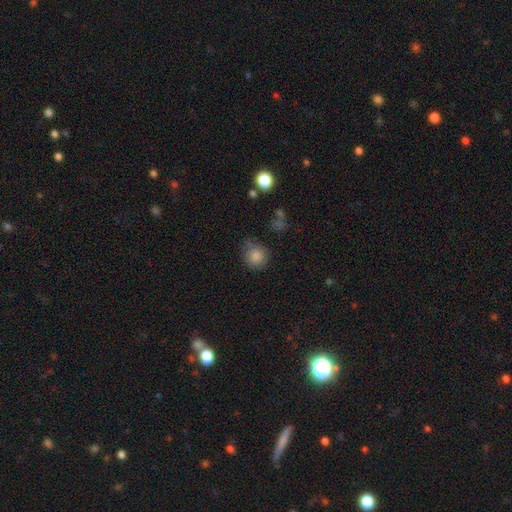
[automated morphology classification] Smooth or featured: smooth — 85% (star or artifact — 10%)
How rounded: round — 89% (in between — 10%)
Merging: none — 69% (minor disturbance — 20%)